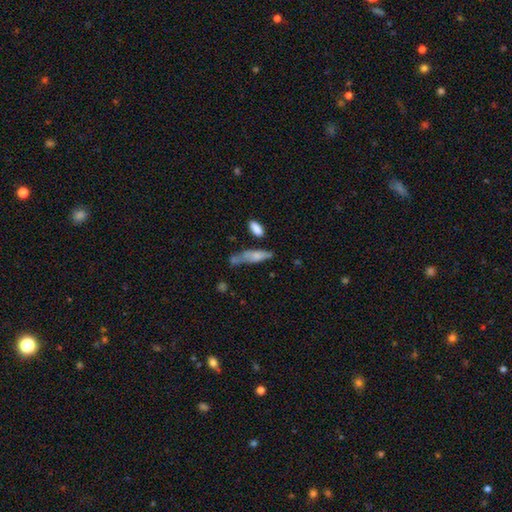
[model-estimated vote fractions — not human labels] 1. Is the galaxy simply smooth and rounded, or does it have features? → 70% smooth, 22% featured or disk, 8% star or artifact.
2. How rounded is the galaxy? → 50% cigar-shaped, 46% in between, 3% round.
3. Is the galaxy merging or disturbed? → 34% none, 28% minor disturbance, 20% merger, 18% major disturbance.